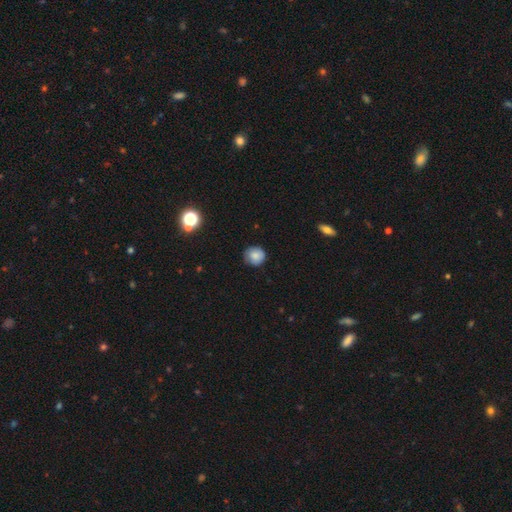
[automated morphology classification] A smooth galaxy with no disk features (82%) that is round (90%).

Vote fractions:
- Smooth or featured? smooth: 82% / star or artifact: 9% / featured or disk: 9%
- How rounded? round: 90% / in between: 9% / cigar-shaped: 1%
- Merging? none: 83% / minor disturbance: 14% / major disturbance: 3% / merger: 1%